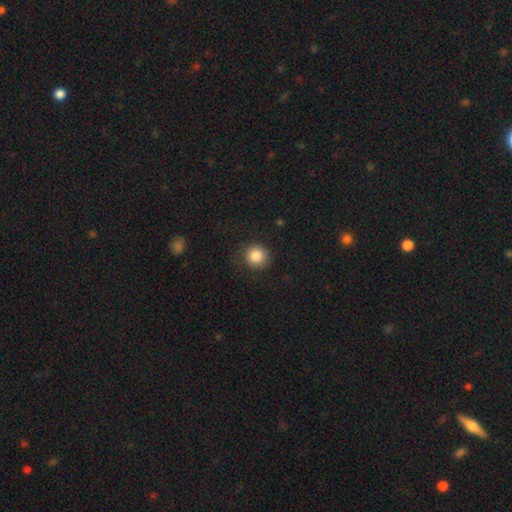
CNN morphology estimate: type=smooth (86%); roundness=round (91%); merging=none (84%).